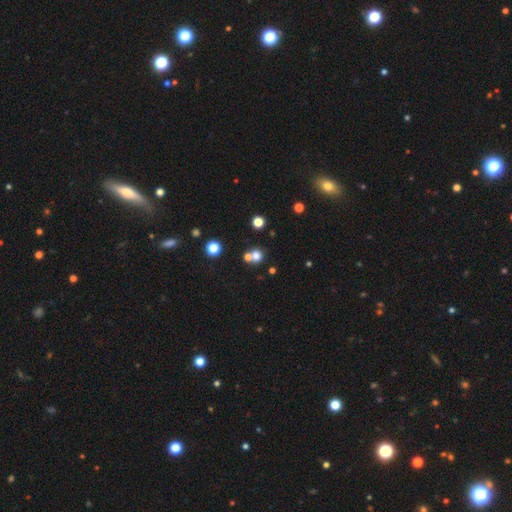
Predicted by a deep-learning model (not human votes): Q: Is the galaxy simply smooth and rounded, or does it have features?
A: smooth — 72%.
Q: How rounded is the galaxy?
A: round — 85%.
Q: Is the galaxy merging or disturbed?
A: none — 55%.